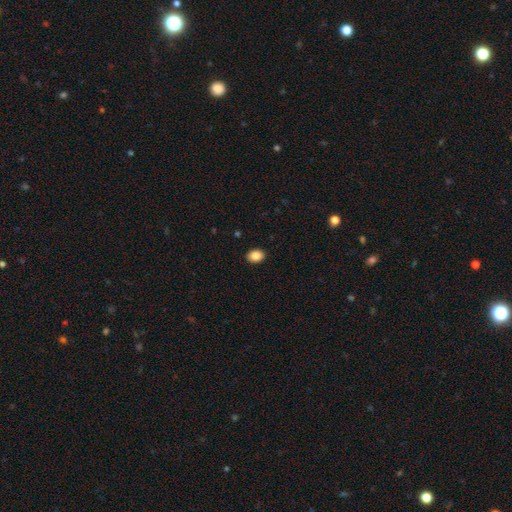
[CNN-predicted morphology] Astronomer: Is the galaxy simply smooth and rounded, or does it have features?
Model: smooth — 87%.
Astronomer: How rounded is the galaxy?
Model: in between — 70%.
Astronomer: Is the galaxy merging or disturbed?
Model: none — 91%.